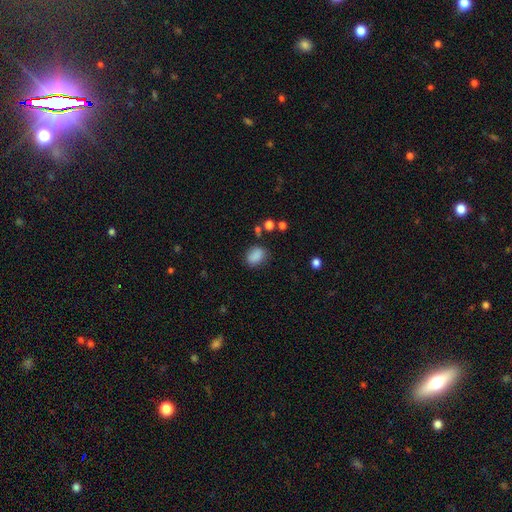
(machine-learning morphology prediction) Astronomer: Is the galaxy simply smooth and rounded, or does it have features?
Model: smooth — 86%.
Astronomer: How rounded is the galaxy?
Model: in between — 72%.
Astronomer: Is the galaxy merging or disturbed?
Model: none — 75%.